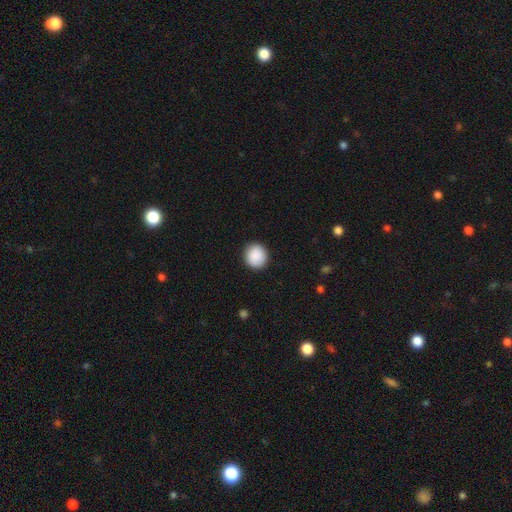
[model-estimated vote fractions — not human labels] This is clearly a smooth galaxy (90%). How rounded: clearly round (89%). Merging: clearly none (91%).